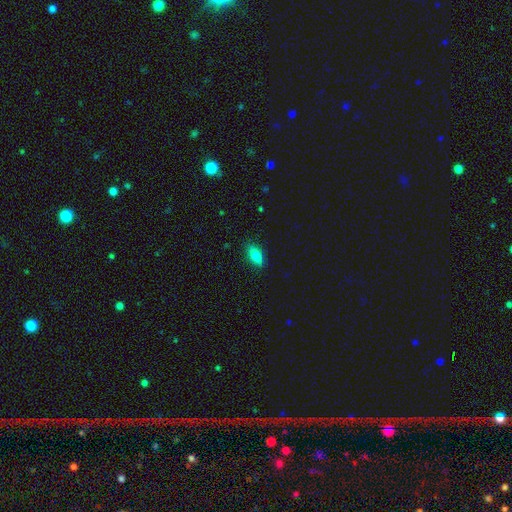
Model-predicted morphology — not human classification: smooth 80%, featured or disk 13%, star or artifact 8%. Down the decision tree: how rounded — in between (80%); merging — none (85%).